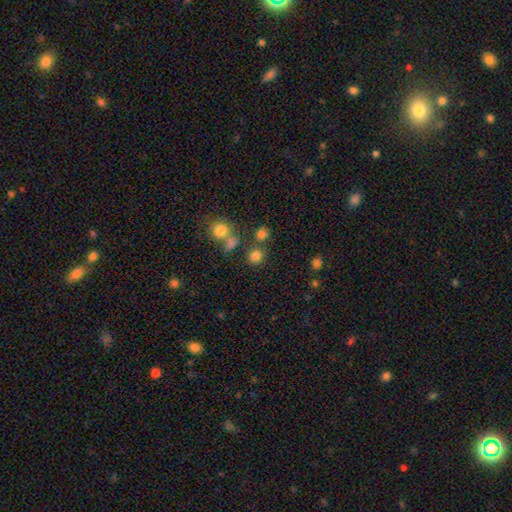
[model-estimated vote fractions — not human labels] This appears to be a smooth galaxy with no disk features (79%) that is round (88%). Merging: none (73%).